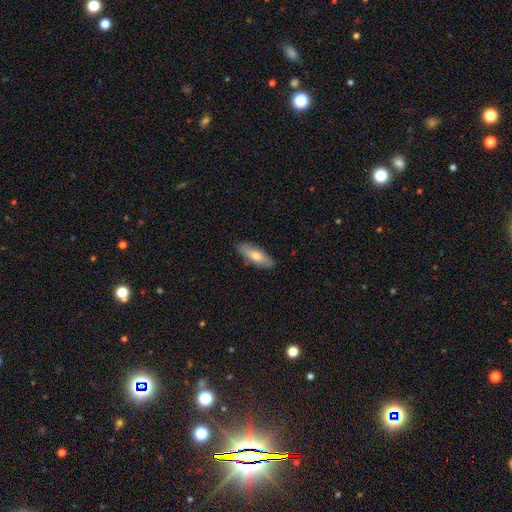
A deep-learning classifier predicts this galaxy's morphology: A smooth galaxy with no disk features (67%) that is in between round and cigar-shaped (61%). Merging: none (85%).